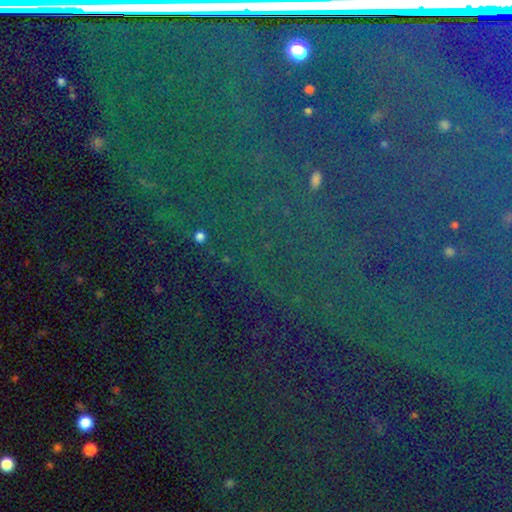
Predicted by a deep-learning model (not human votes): Smooth or featured?
  - star or artifact: 85% *
  - smooth: 8%
  - featured or disk: 7%